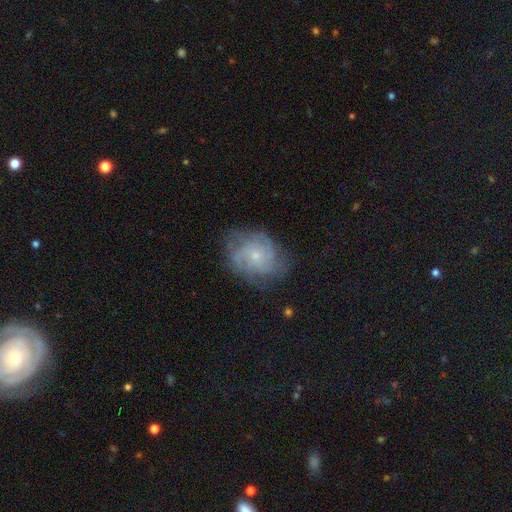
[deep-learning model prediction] A featured or disk galaxy (70%) with no bar (81%), tight (50%) spiral arms (89%) and a small central bulge (73%).

Vote fractions:
- Smooth or featured? featured or disk: 70% / smooth: 21% / star or artifact: 8%
- Edge-on disk? no: 98% / yes: 2%
- Bar? no: 81% / weak: 17% / strong: 2%
- Spiral arms? yes: 89% / no: 11%
- Spiral winding? tight: 50% / medium: 37% / loose: 13%
- Spiral arm count? can't tell: 39% / 4: 20% / 3: 18% / 2: 11% / more than 4: 7% / 1: 6%
- Bulge size? small: 73% / moderate: 22% / none: 3% / large: 1% / dominant: 1%
- Merging? none: 70% / minor disturbance: 20% / major disturbance: 9% / merger: 1%